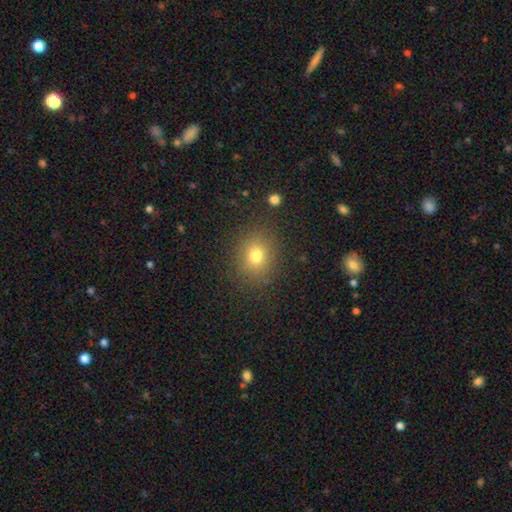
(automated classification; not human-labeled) Overall: smooth (76%). How rounded: round (72%). Merging: none (86%).